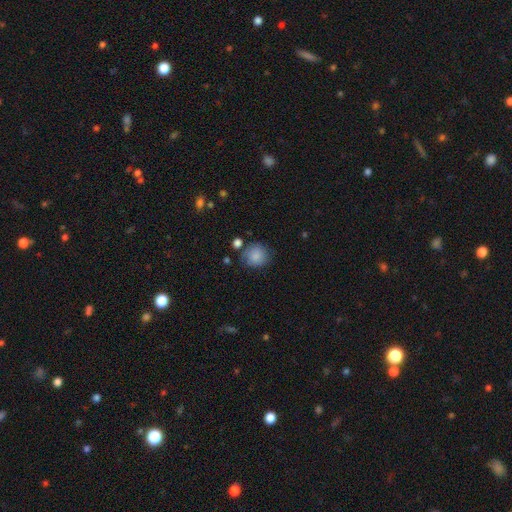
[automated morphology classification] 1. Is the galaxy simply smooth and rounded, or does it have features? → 82% smooth, 10% featured or disk, 8% star or artifact.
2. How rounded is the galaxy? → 83% round, 16% in between, 1% cigar-shaped.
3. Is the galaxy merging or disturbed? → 66% none, 22% minor disturbance, 7% major disturbance, 5% merger.